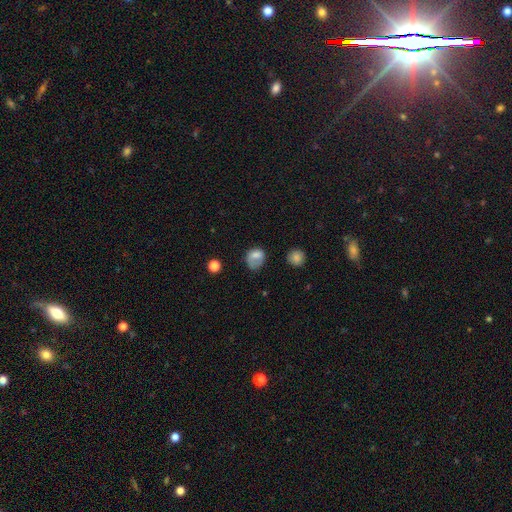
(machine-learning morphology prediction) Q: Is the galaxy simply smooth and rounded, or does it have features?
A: smooth — 75%.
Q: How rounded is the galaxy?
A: in between — 50%.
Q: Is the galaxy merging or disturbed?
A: none — 43%.